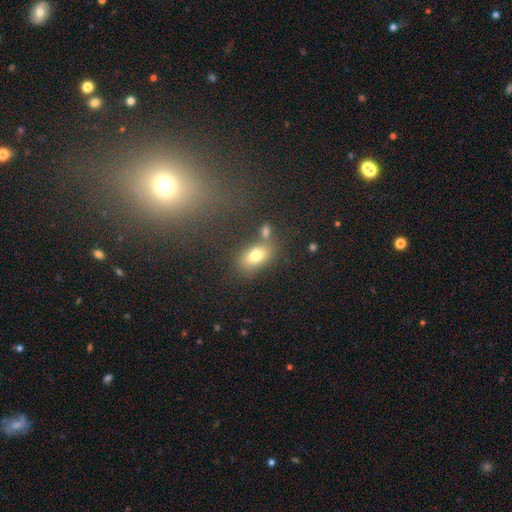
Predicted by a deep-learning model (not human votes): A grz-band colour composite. It shows a smooth galaxy with no disk features (76%) that is in between round and cigar-shaped (85%). Merging: none (64%).